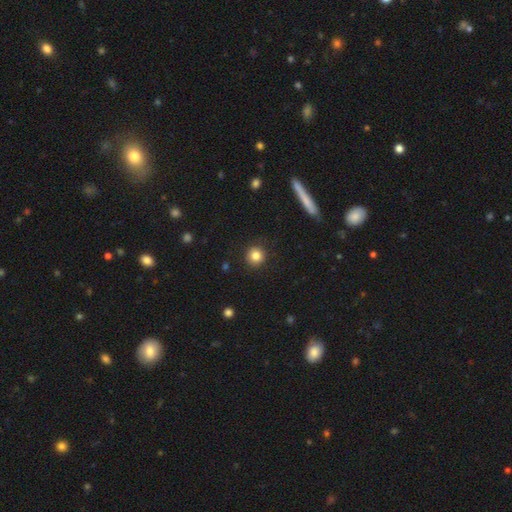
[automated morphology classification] smooth 83%, star or artifact 10%, featured or disk 7%. Down the decision tree: how rounded — round (93%); merging — none (91%).